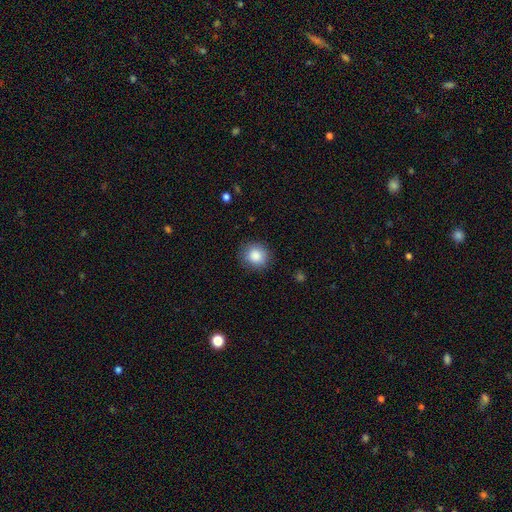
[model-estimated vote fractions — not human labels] Smooth or featured?
  - smooth: 87% *
  - star or artifact: 9%
  - featured or disk: 5%
How rounded?
  - round: 85% *
  - in between: 14%
  - cigar-shaped: 1%
Merging?
  - none: 85% *
  - minor disturbance: 11%
  - major disturbance: 3%
  - merger: 1%